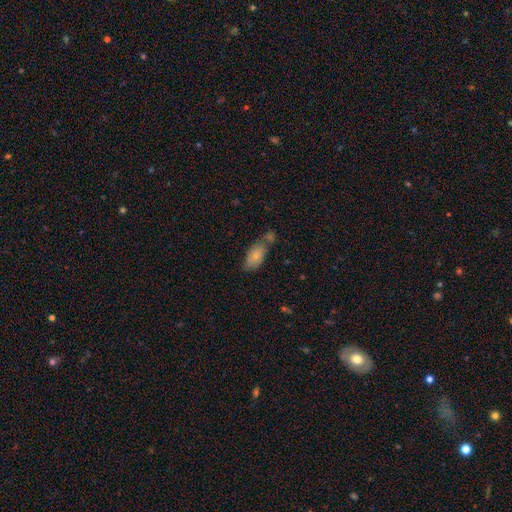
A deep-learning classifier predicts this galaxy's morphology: Q: Smooth or featured?
A: smooth (75%); runner-up: featured or disk (17%)
Q: How rounded?
A: in between (90%); runner-up: round (5%)
Q: Merging?
A: none (41%); runner-up: merger (28%)